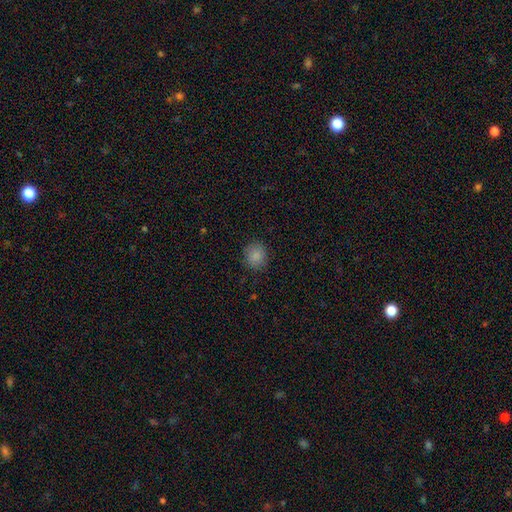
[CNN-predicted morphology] This is clearly a smooth galaxy (86%). How rounded: clearly round (82%). Merging: clearly none (86%).